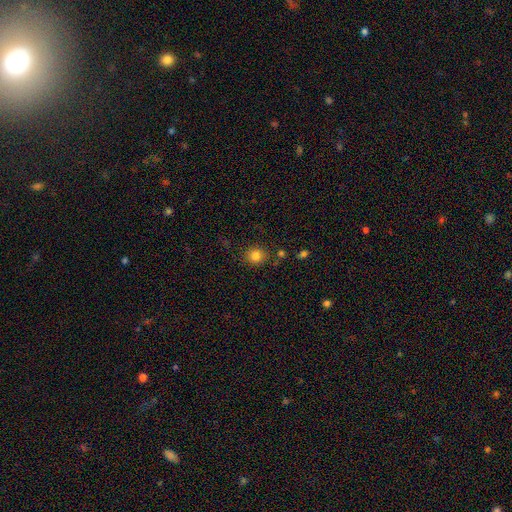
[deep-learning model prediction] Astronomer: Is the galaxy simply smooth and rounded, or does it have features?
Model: smooth — 82%.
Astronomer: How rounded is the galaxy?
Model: round — 87%.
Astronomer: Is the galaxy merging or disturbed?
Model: none — 85%.